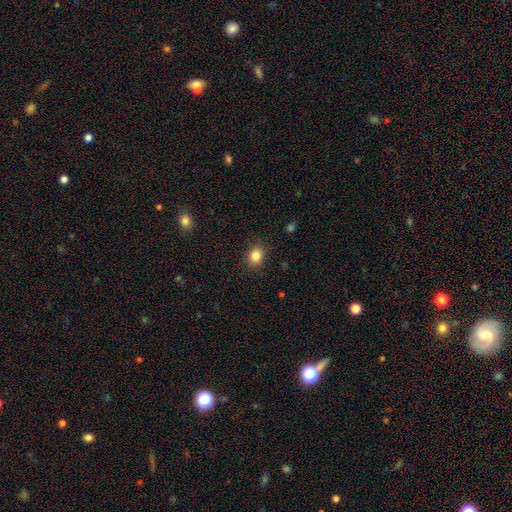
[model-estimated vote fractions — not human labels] This appears to be a smooth galaxy with no disk features (85%) that is round (54%). Merging: none (88%).